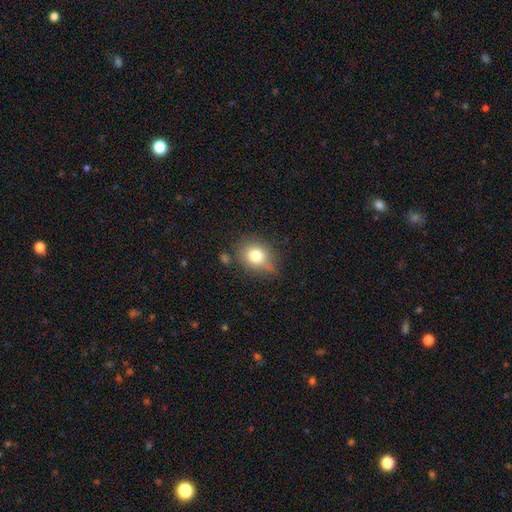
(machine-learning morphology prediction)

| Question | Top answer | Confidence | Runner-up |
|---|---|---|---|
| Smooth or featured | smooth | 76% | featured or disk (14%) |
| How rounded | round | 56% | in between (42%) |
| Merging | none | 62% | minor disturbance (26%) |